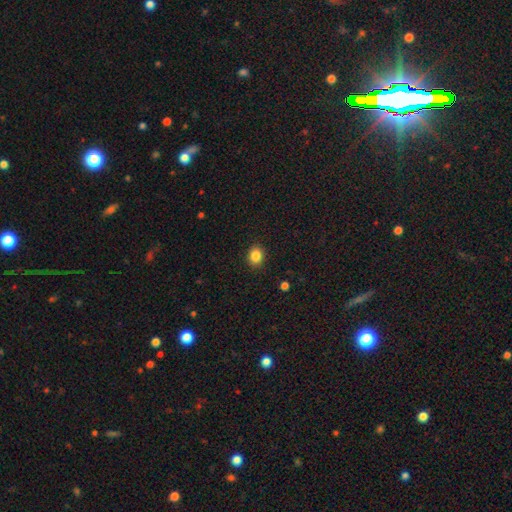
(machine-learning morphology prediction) Overall: smooth (85%). How rounded: round (63%; in between 36%). Merging: none (90%).